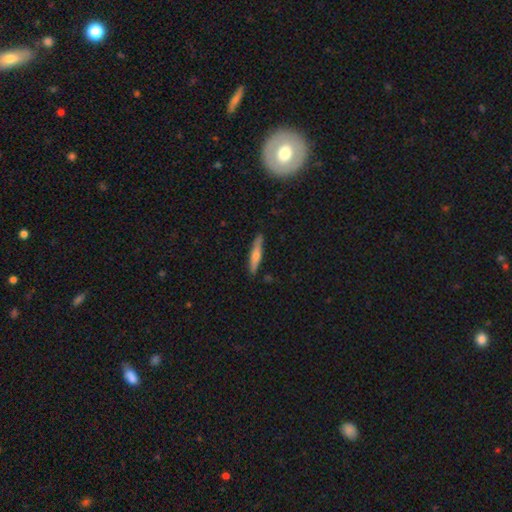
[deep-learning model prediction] smooth-or-featured: smooth: 52% | featured or disk: 41% | star or artifact: 6%
  how-rounded: cigar-shaped: 89% | in between: 10% | round: 2%
  merging: none: 87% | minor disturbance: 10% | major disturbance: 2% | merger: 2%